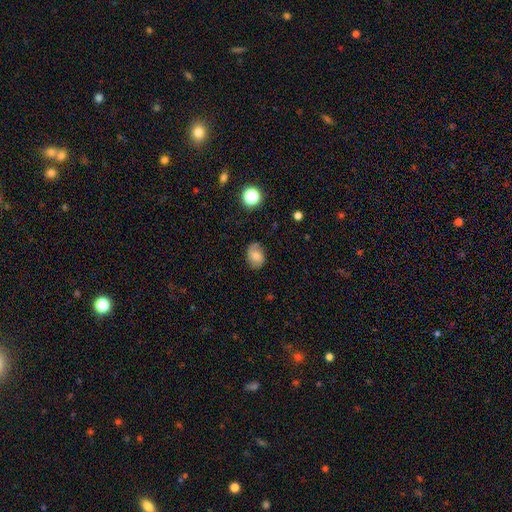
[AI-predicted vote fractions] Morphology: type=smooth (63%); roundness=in between (63%); merging=none (73%).